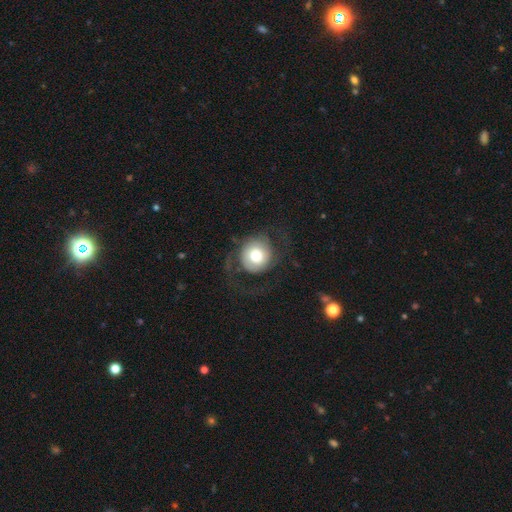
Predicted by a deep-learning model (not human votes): Smooth or featured? smooth (48%)
Merging? none (57%)